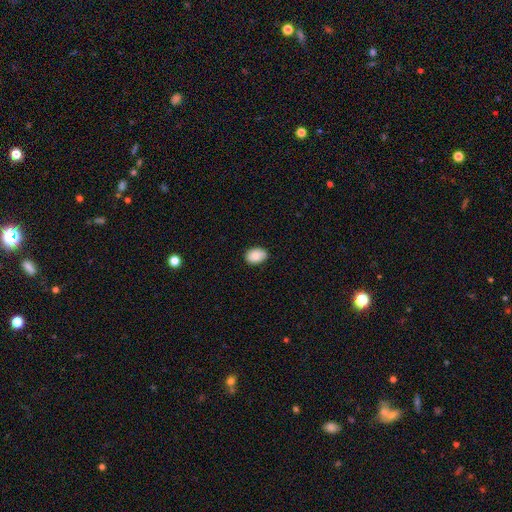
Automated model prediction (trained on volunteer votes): A smooth galaxy with no disk features (87%) that is in between round and cigar-shaped (78%).

Vote fractions:
- Smooth or featured? smooth: 87% / star or artifact: 7% / featured or disk: 6%
- How rounded? in between: 78% / round: 21% / cigar-shaped: 1%
- Merging? none: 84% / minor disturbance: 13% / major disturbance: 2% / merger: 1%